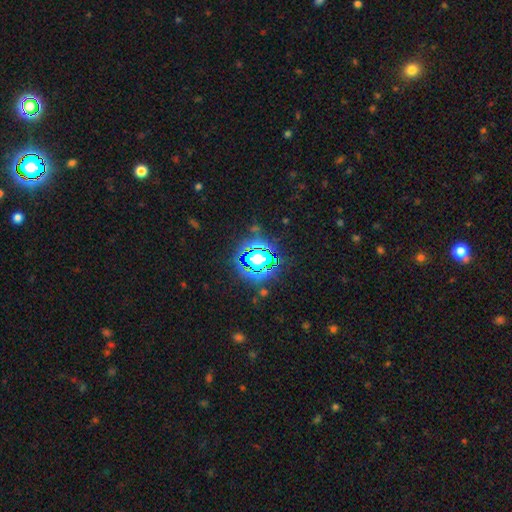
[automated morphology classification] Overall: star or artifact (82%).